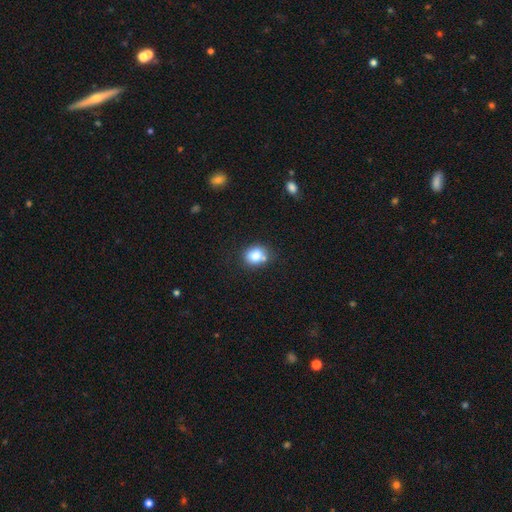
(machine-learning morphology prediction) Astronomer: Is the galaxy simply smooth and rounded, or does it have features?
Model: smooth — 81%.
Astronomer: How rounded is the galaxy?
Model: round — 61% (runner-up: in between, 38%).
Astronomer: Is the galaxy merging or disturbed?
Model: none — 61%.